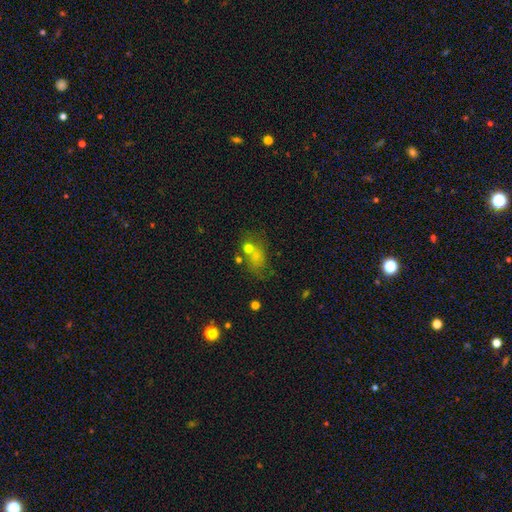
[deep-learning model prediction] Smooth or featured: smooth — 49% (star or artifact — 30%)
Merging: none — 47% (merger — 19%)